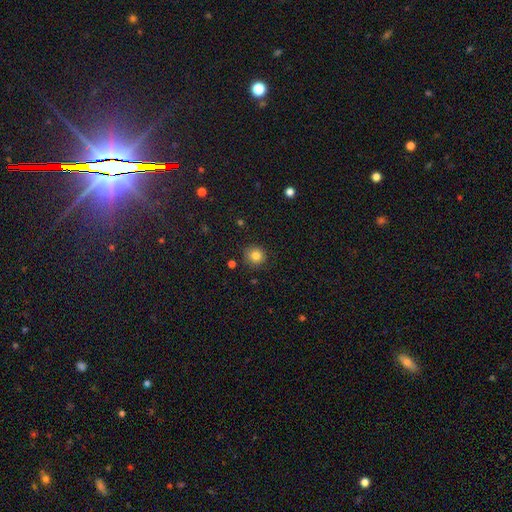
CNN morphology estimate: Q: Smooth or featured?
A: smooth (82%); runner-up: star or artifact (11%)
Q: How rounded?
A: round (92%); runner-up: in between (8%)
Q: Merging?
A: none (87%); runner-up: minor disturbance (9%)